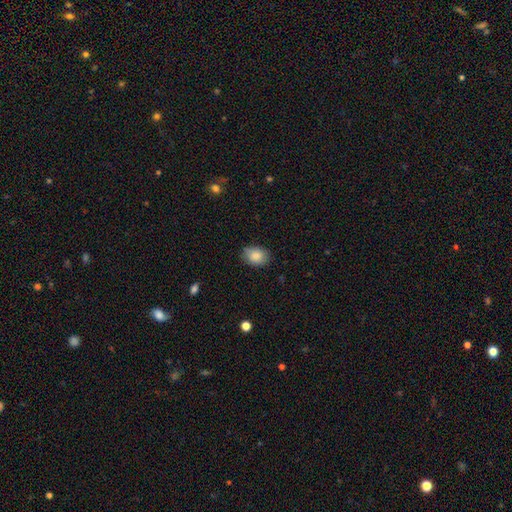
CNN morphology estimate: Smooth or featured: smooth — 87% (star or artifact — 7%)
How rounded: in between — 70% (round — 29%)
Merging: none — 80% (minor disturbance — 16%)